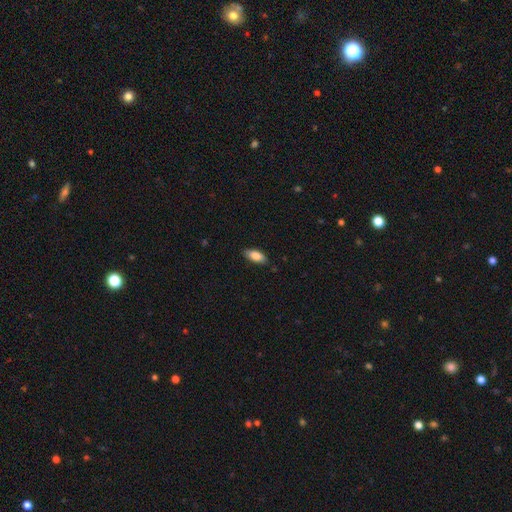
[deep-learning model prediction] smooth_or_featured: smooth (p=0.85) [alt: featured or disk p=0.09]
how_rounded: in between (p=0.85) [alt: cigar-shaped p=0.13]
merging: none (p=0.84) [alt: minor disturbance p=0.12]